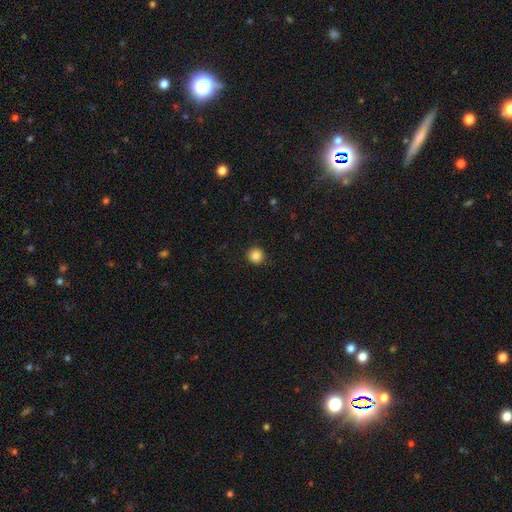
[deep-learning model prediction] Overall: smooth (85%). How rounded: round (93%). Merging: none (90%).